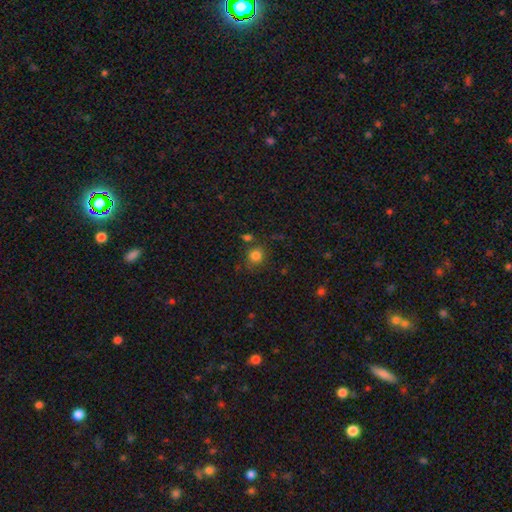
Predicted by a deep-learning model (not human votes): Smooth or featured: smooth — 82% (star or artifact — 13%)
How rounded: round — 79% (in between — 20%)
Merging: none — 71% (minor disturbance — 14%)